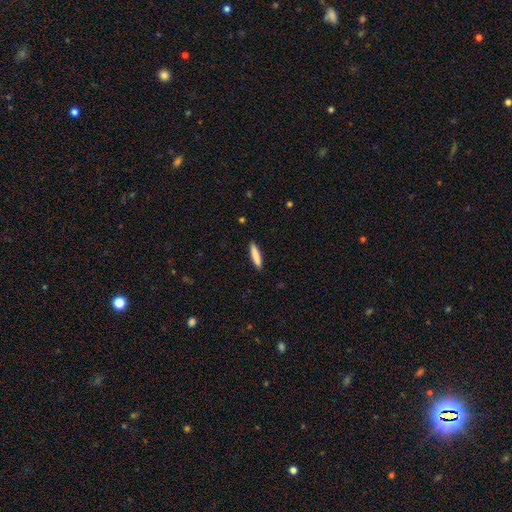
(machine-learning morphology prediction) type=smooth (84%); roundness=cigar-shaped (88%); merging=none (91%).